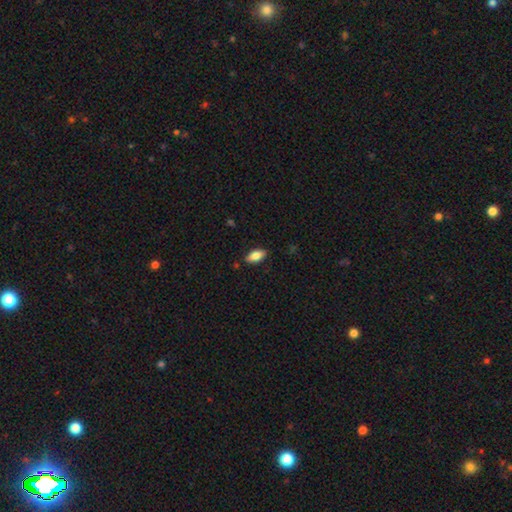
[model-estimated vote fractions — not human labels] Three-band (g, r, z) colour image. It shows a smooth galaxy with no disk features (81%) that is in between round and cigar-shaped (88%). Merging: none (86%).